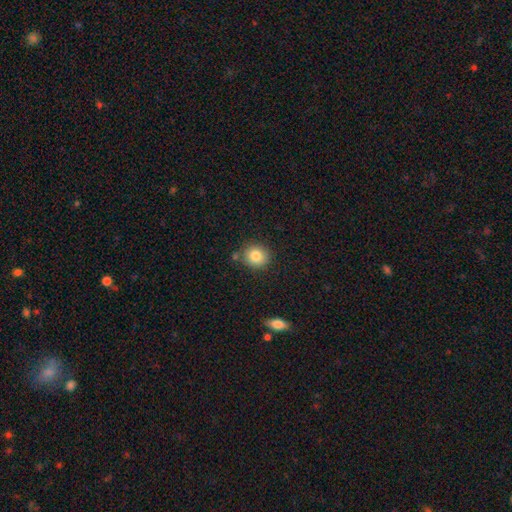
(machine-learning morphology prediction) Smooth or featured: smooth — 82% (star or artifact — 10%)
How rounded: round — 85% (in between — 14%)
Merging: none — 79% (minor disturbance — 12%)